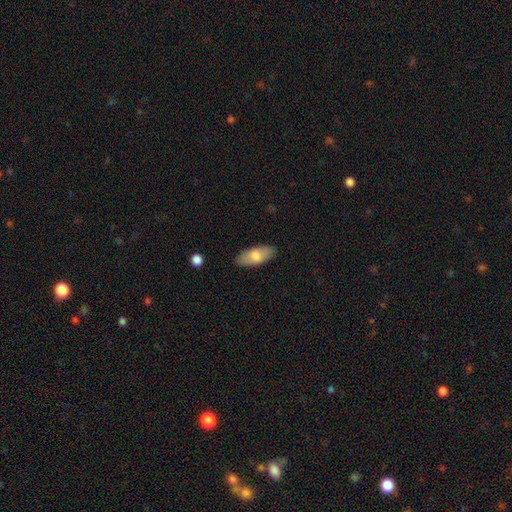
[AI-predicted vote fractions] Overall: smooth (74%). How rounded: in between (83%). Merging: none (87%).